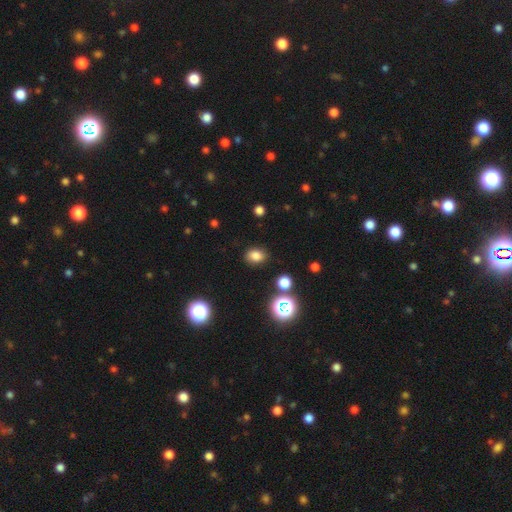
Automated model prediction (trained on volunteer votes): smooth_or_featured: smooth (p=0.79) [alt: star or artifact p=0.15]
how_rounded: in between (p=0.65) [alt: round p=0.34]
merging: none (p=0.85) [alt: minor disturbance p=0.10]